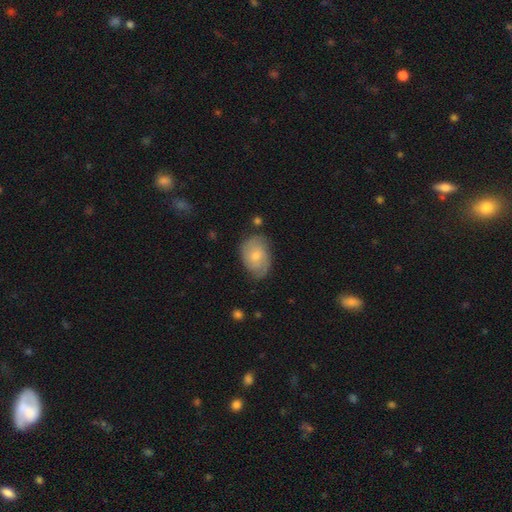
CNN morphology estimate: A featured or disk galaxy (48%).

Vote fractions:
- Smooth or featured? featured or disk: 48% / smooth: 46% / star or artifact: 6%
- Merging? none: 68% / minor disturbance: 23% / major disturbance: 6% / merger: 2%